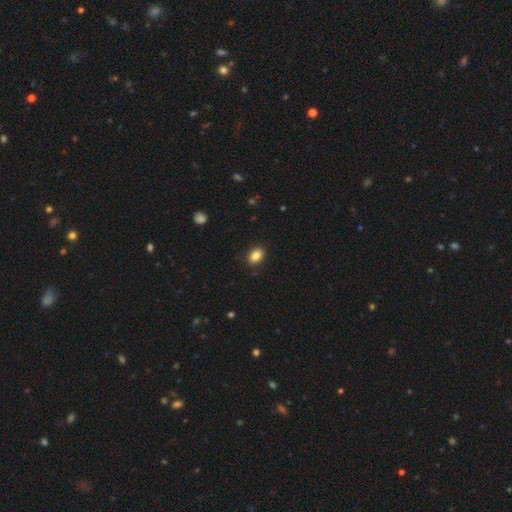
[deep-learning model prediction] Q: Smooth or featured?
A: smooth (85%); runner-up: star or artifact (9%)
Q: How rounded?
A: in between (64%); runner-up: round (35%)
Q: Merging?
A: none (89%); runner-up: minor disturbance (8%)